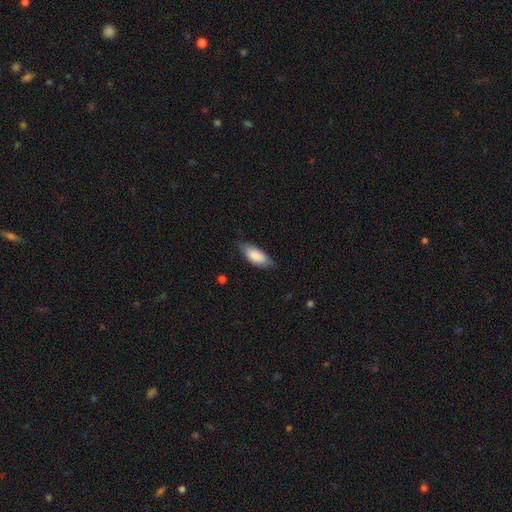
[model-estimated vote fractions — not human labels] This appears to be a smooth galaxy with no disk features (84%) that is in between round and cigar-shaped (85%). Merging: none (71%).